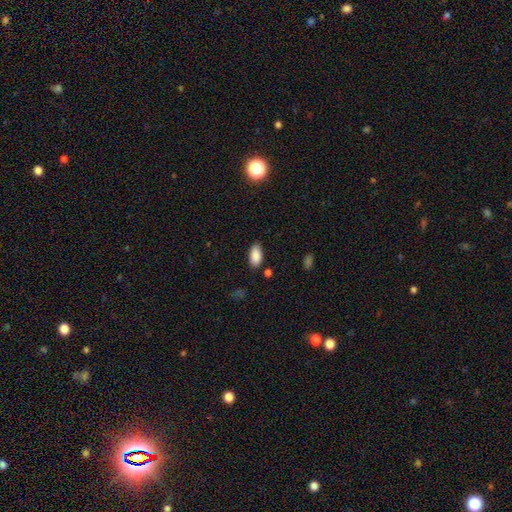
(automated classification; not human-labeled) A smooth galaxy with no disk features (88%) that is in between round and cigar-shaped (93%). Merging: none (82%).